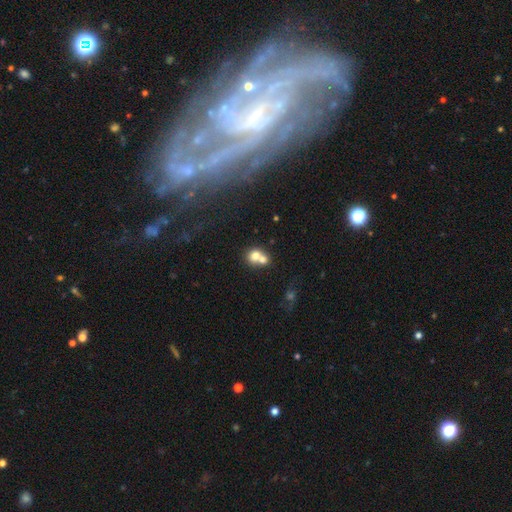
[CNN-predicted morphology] Smooth or featured? smooth (71%)
How rounded? round (70%)
Merging? merger (64%)